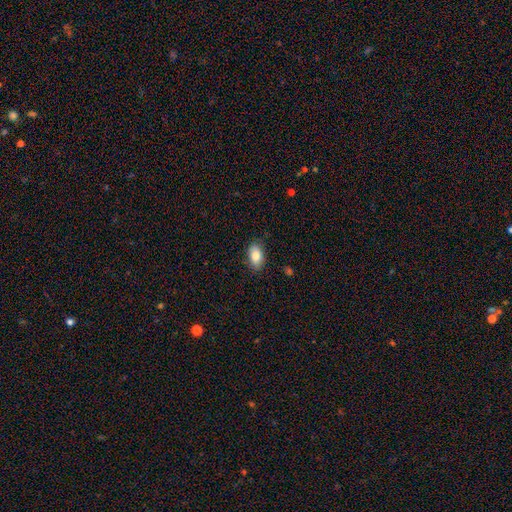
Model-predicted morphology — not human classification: This appears to be a smooth galaxy with no disk features (85%) that is in between round and cigar-shaped (91%). Merging: none (83%).